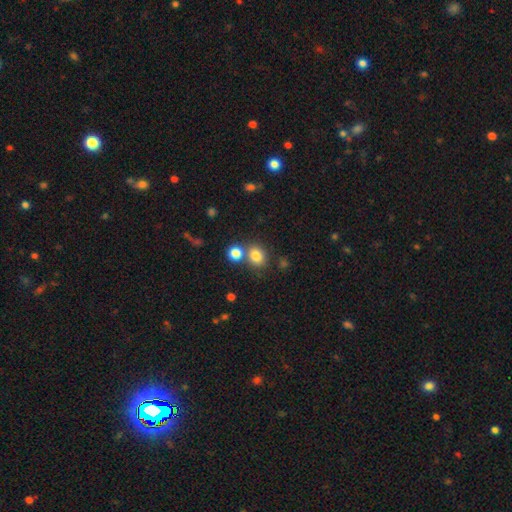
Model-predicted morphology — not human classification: Overall: smooth (80%). How rounded: round (65%; in between 34%). Merging: none (63%; merger 24%).